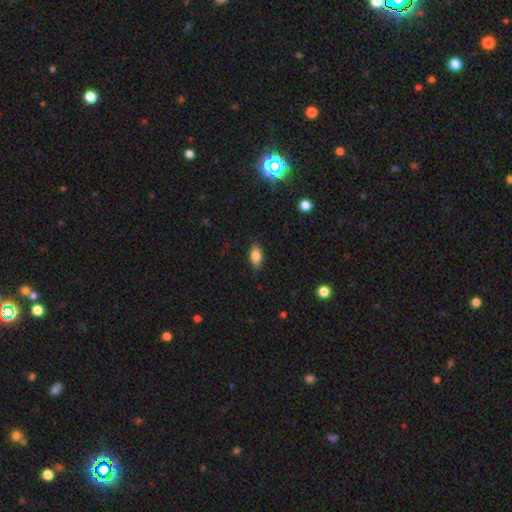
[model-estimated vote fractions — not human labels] Smooth or featured? smooth (80%)
How rounded? in between (87%)
Merging? none (85%)